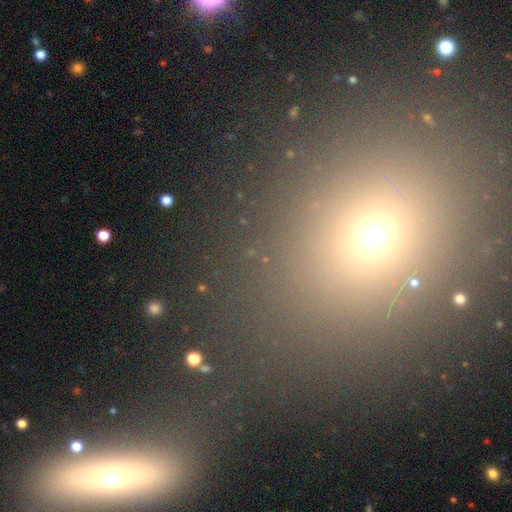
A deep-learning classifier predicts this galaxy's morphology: Q: Smooth or featured?
A: smooth (51%); runner-up: star or artifact (40%)
Q: How rounded?
A: round (58%); runner-up: in between (39%)
Q: Merging?
A: none (82%); runner-up: minor disturbance (8%)